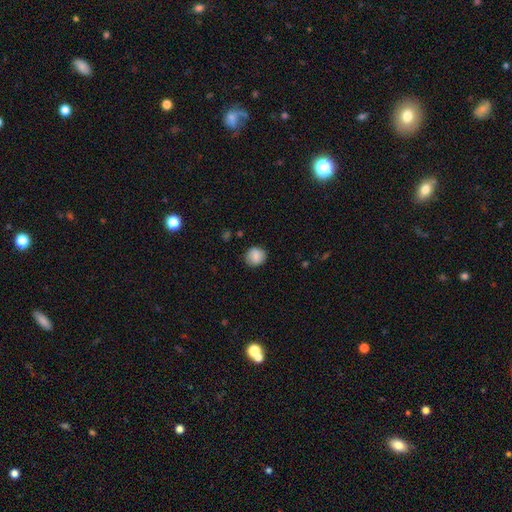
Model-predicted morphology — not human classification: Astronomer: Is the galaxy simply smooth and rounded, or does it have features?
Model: smooth — 84%.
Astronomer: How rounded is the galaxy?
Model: round — 88%.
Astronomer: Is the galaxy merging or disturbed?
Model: none — 86%.